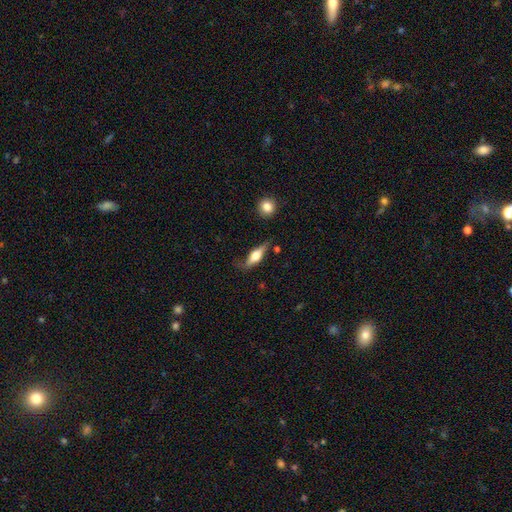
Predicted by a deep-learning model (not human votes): Overall: featured or disk (50%; smooth 44%). Edge-on disk: yes (87%). Merging: none (64%).